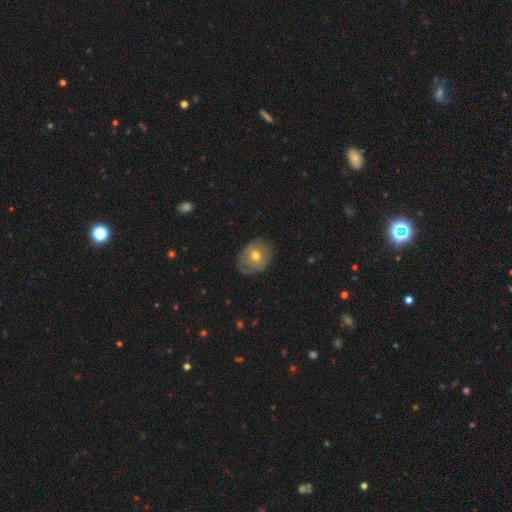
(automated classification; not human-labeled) smooth 53%, featured or disk 39%, star or artifact 8%. Down the decision tree: how rounded — round (58%); merging — none (67%).